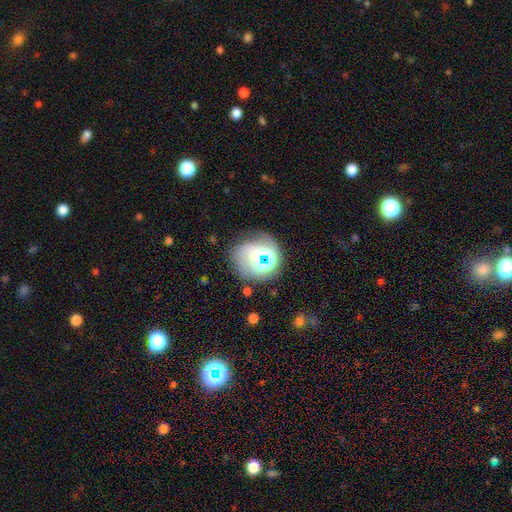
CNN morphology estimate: star or artifact 41%, smooth 32%, featured or disk 27%.